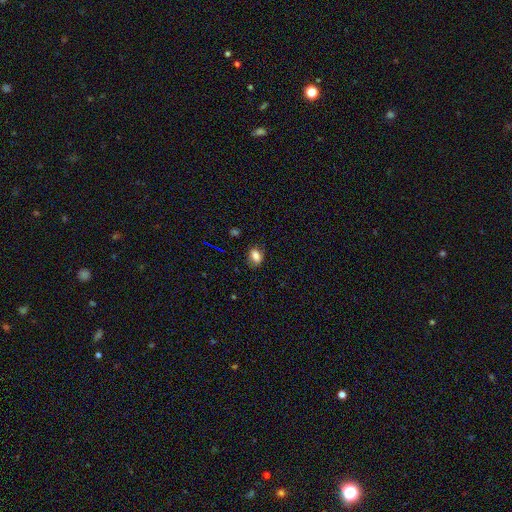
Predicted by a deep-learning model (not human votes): smooth_or_featured: smooth (p=0.77) [alt: star or artifact p=0.13]
how_rounded: in between (p=0.76) [alt: round p=0.21]
merging: none (p=0.76) [alt: minor disturbance p=0.17]